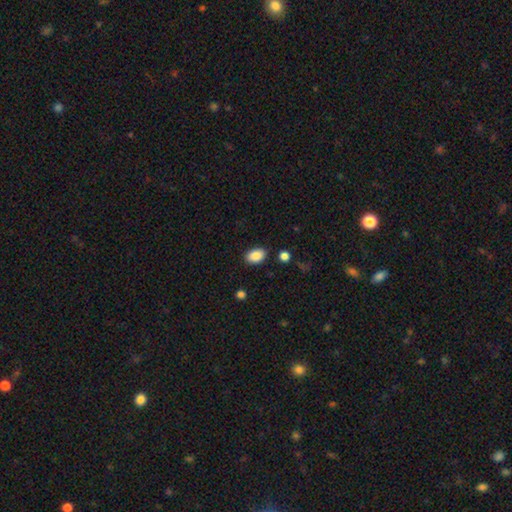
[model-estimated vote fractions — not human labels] smooth 88%, star or artifact 8%, featured or disk 4%. Down the decision tree: how rounded — in between (87%); merging — none (85%).